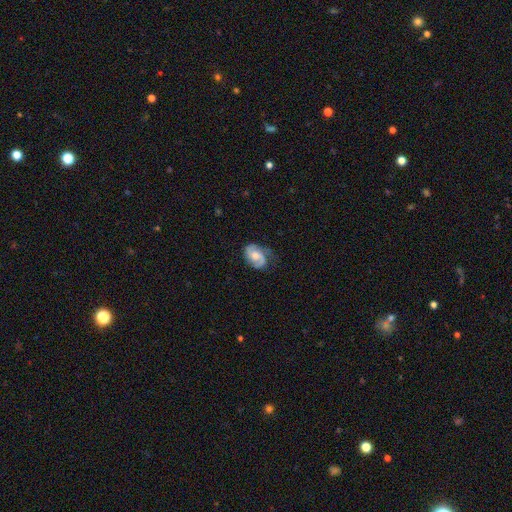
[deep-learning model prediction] The model was most divided on "spiral winding": medium: 47%, tight: 29%, loose: 24%. More confident: edge-on disk — no (97%); spiral arms — yes (94%); spiral arm count — 2 (83%); smooth or featured — featured or disk (75%); merging — none (65%); bulge size — moderate (62%); bar — no (60%).